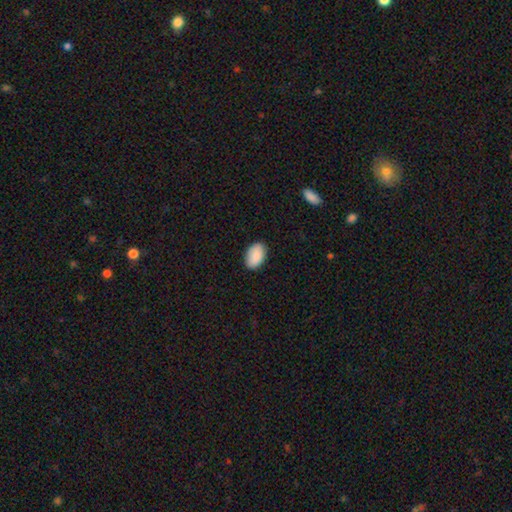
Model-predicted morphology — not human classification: The model was most divided on "merging": none: 87%, minor disturbance: 10%, major disturbance: 2%, merger: 1%. More confident: how rounded — in between (92%); smooth or featured — smooth (89%).